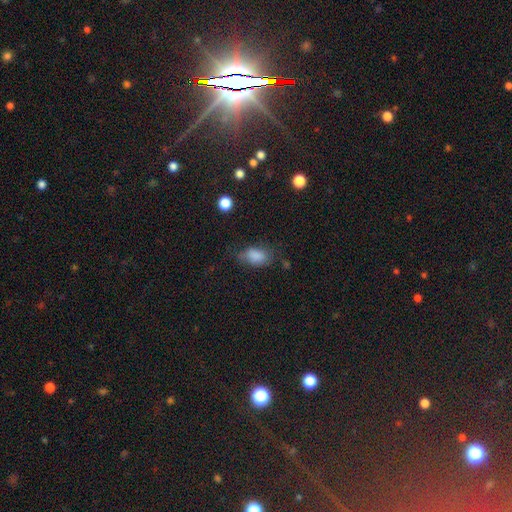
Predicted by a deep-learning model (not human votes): smooth-or-featured: smooth: 83% | star or artifact: 9% | featured or disk: 8%
  how-rounded: in between: 87% | round: 10% | cigar-shaped: 3%
  merging: none: 57% | minor disturbance: 28% | major disturbance: 12% | merger: 3%